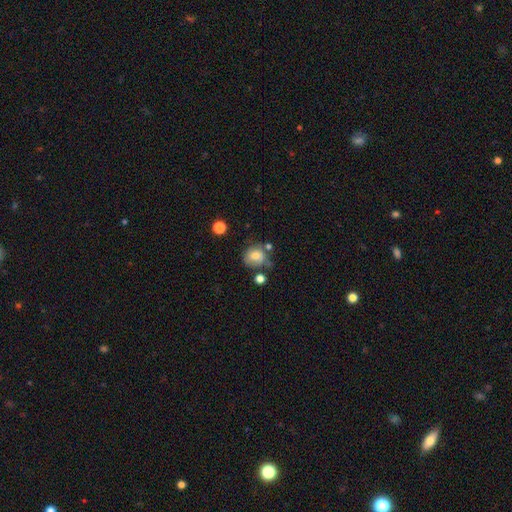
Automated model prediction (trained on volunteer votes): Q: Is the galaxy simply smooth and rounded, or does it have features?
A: smooth — 68%.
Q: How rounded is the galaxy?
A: round — 71%.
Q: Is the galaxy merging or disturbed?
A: none — 47%.